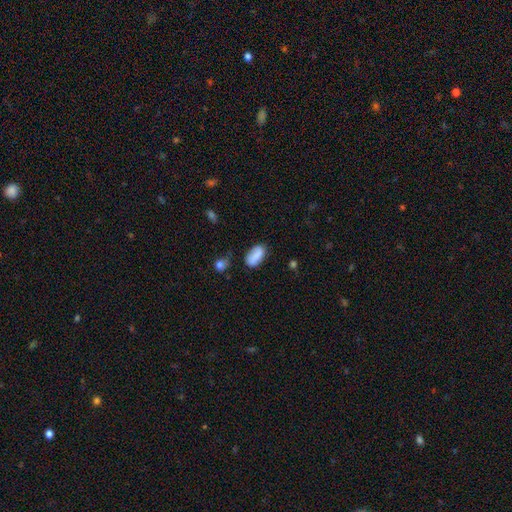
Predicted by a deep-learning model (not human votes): This appears to be a smooth galaxy with no disk features (82%) that is in between round and cigar-shaped (92%). Merging: none (69%).